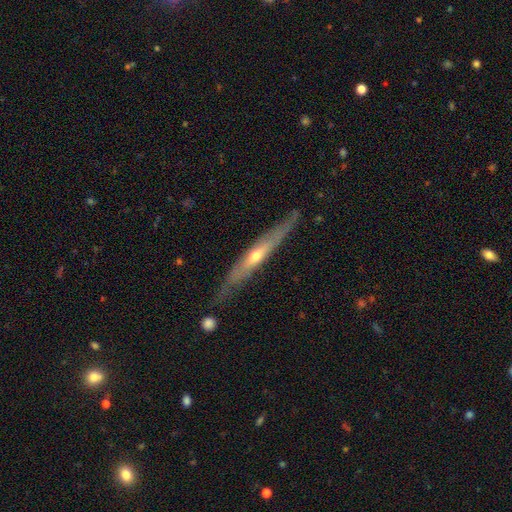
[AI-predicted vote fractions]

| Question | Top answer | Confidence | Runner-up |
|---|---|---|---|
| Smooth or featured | featured or disk | 70% | smooth (25%) |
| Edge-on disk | yes | 86% | no (14%) |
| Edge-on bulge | rounded | 72% | none (24%) |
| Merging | none | 77% | minor disturbance (17%) |